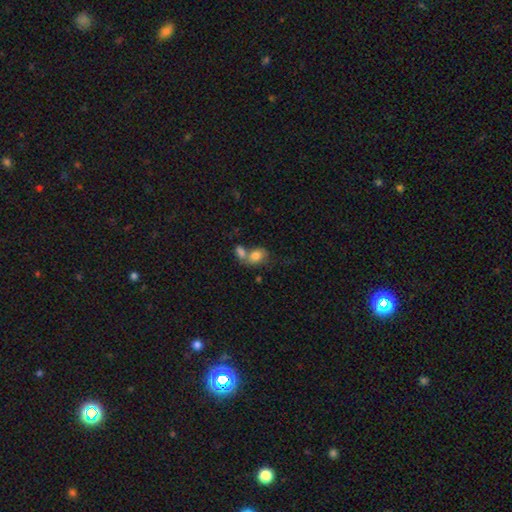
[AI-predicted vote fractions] smooth-or-featured: smooth: 79% | featured or disk: 12% | star or artifact: 8%
  how-rounded: in between: 66% | round: 33% | cigar-shaped: 1%
  merging: merger: 55% | none: 29% | minor disturbance: 11% | major disturbance: 6%